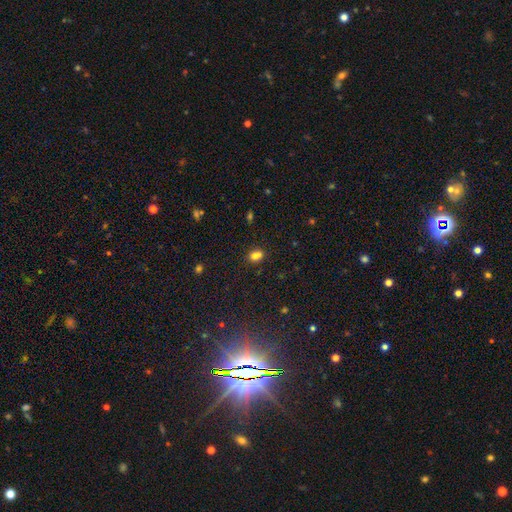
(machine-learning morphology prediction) Smooth or featured? smooth (75%)
How rounded? in between (60%)
Merging? none (61%)